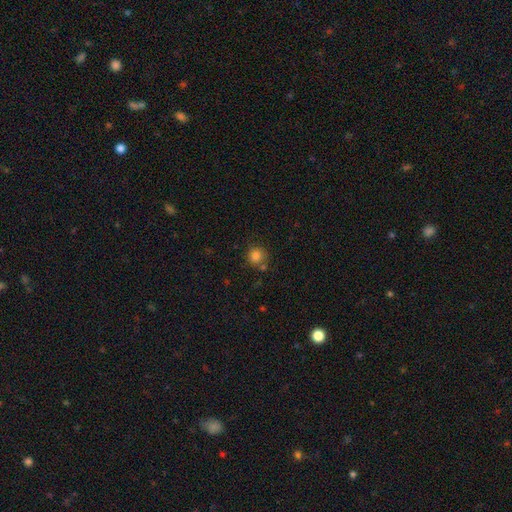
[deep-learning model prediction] A smooth galaxy with no disk features (83%) that is round (90%). Merging: none (70%).